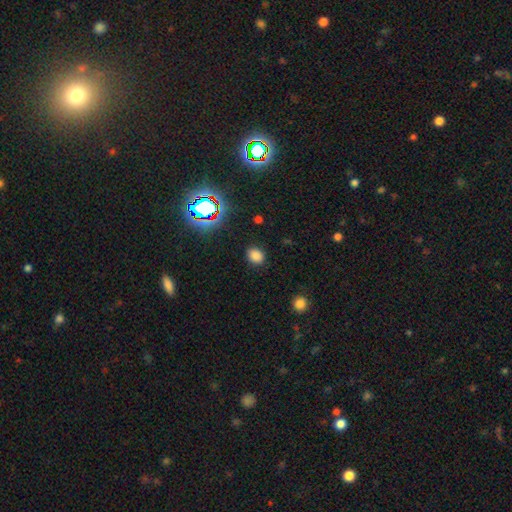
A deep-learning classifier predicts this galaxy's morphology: Smooth or featured?
  - smooth: 78% *
  - star or artifact: 17%
  - featured or disk: 5%
How rounded?
  - round: 55% *
  - in between: 44%
  - cigar-shaped: 1%
Merging?
  - none: 86% *
  - minor disturbance: 10%
  - major disturbance: 3%
  - merger: 1%